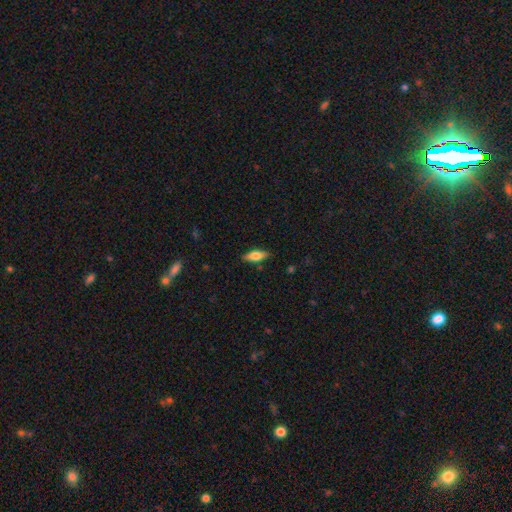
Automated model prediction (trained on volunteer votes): Overall: smooth (68%). How rounded: in between (70%). Merging: none (86%).